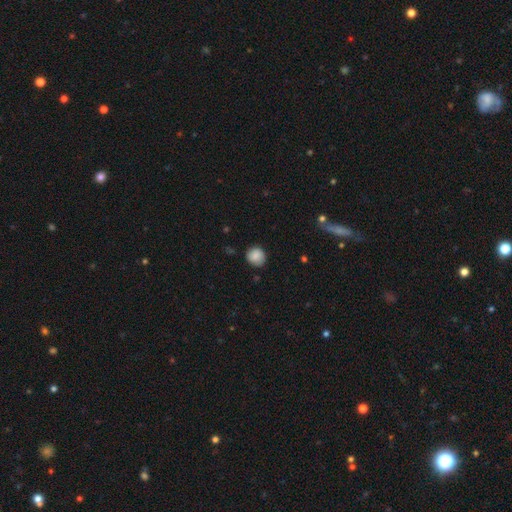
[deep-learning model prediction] A smooth galaxy with no disk features (86%) that is round (85%).

Vote fractions:
- Smooth or featured? smooth: 86% / star or artifact: 8% / featured or disk: 5%
- How rounded? round: 85% / in between: 14% / cigar-shaped: 1%
- Merging? none: 80% / minor disturbance: 16% / major disturbance: 3% / merger: 1%